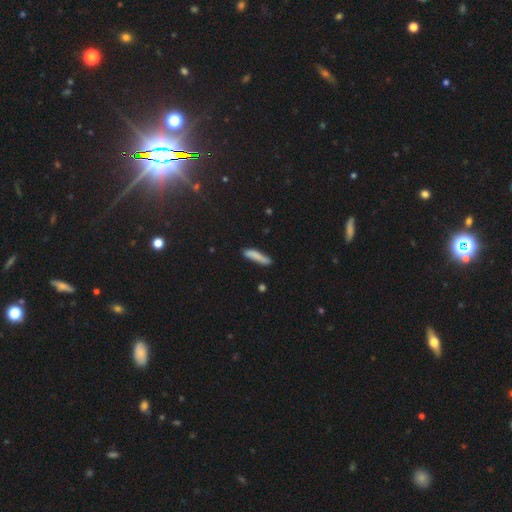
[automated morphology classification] Smooth or featured? Predicted: smooth (p=0.81). How rounded? Predicted: cigar-shaped (p=0.87). Merging? Predicted: none (p=0.76).